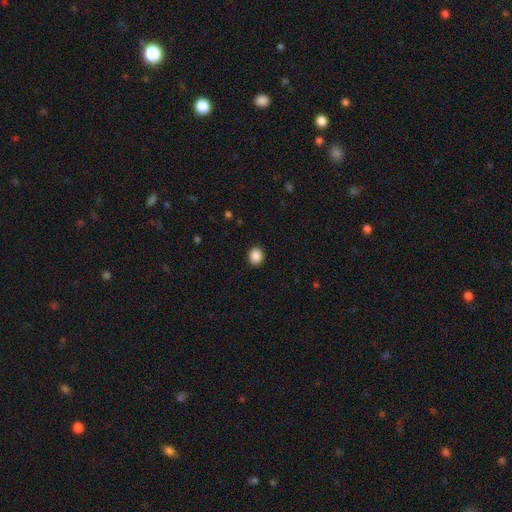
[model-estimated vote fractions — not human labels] This appears to be a smooth galaxy with no disk features (88%) that is round (74%). Merging: none (91%).